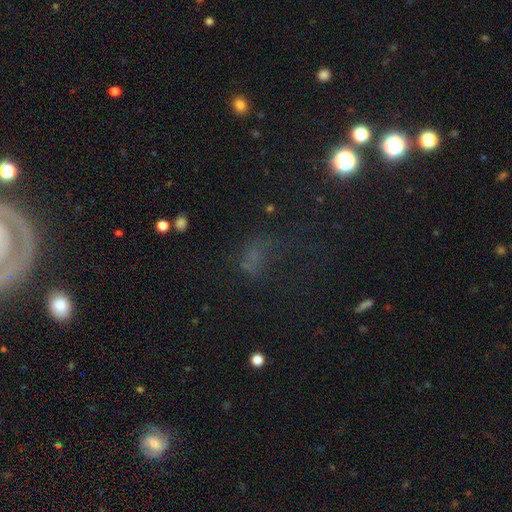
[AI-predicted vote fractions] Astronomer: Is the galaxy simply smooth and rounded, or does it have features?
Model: smooth — 41% (runner-up: star or artifact, 40%).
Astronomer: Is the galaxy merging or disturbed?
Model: none — 43% (runner-up: major disturbance, 33%).